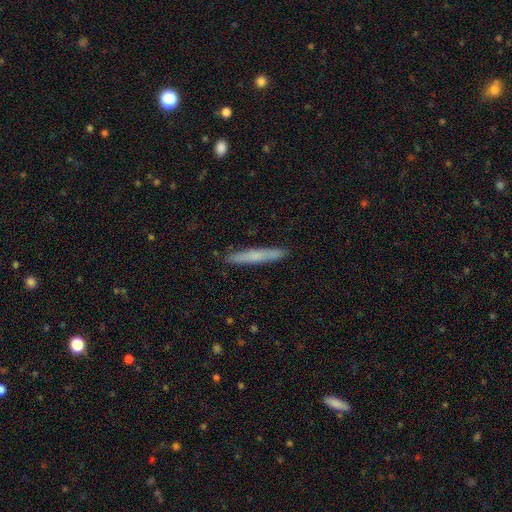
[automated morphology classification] This is likely a smooth galaxy (63%). How rounded: clearly cigar-shaped (96%). Merging: clearly none (91%).